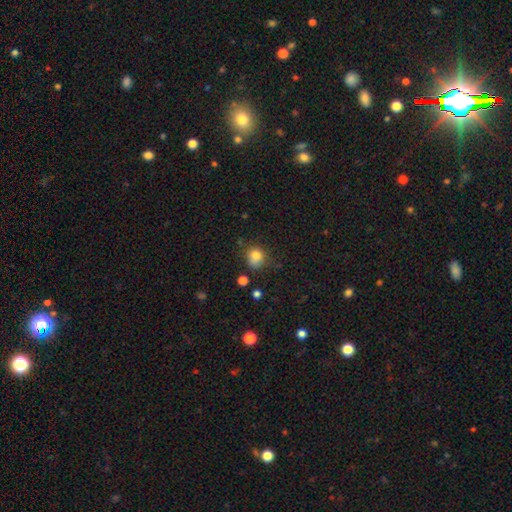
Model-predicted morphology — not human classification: smooth 80%, star or artifact 12%, featured or disk 7%. Down the decision tree: how rounded — round (71%); merging — none (60%).